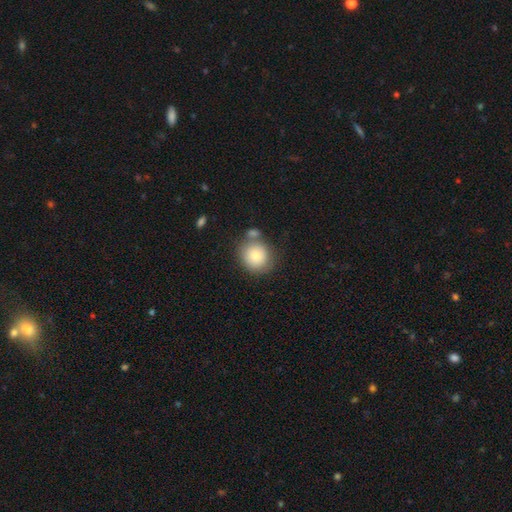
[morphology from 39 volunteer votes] Smooth or featured?
  - smooth: 72% *
  - featured or disk: 21%
  - star or artifact: 8%
How rounded?
  - round: 89% *
  - in between: 11%
  - cigar-shaped: 0%
Merging?
  - none: 72% *
  - merger: 17%
  - minor disturbance: 8%
  - major disturbance: 3%